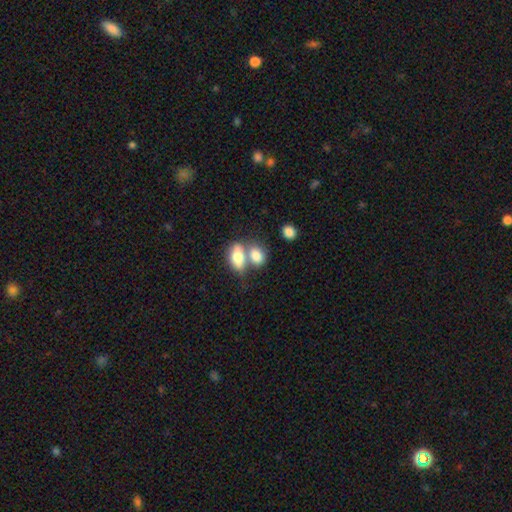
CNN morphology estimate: Smooth or featured? Predicted: smooth (p=0.78). How rounded? Predicted: in between (p=0.80). Merging? Predicted: merger (p=0.61).